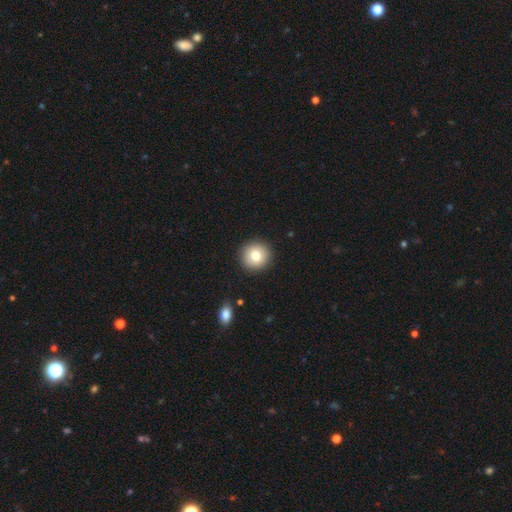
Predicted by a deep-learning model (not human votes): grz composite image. It shows a smooth galaxy with no disk features (77%) that is round (94%). Merging: none (92%).